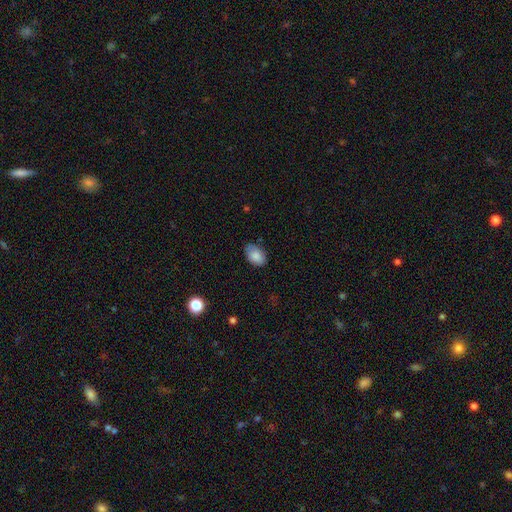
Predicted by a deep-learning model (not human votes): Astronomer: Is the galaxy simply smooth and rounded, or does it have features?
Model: smooth — 85%.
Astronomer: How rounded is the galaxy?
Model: in between — 90%.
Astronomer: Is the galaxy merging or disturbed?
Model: none — 77%.